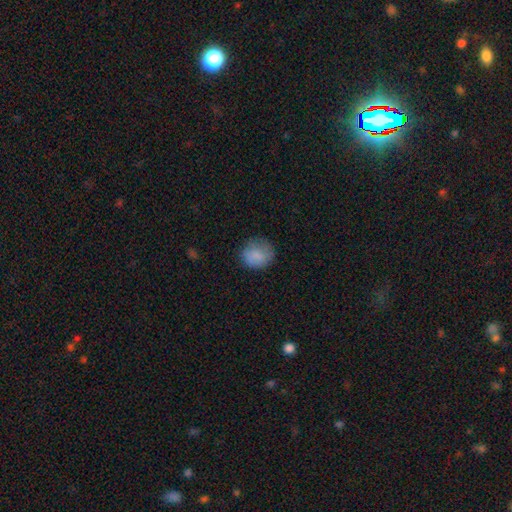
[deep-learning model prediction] A smooth galaxy with no disk features (83%) that is round (79%). Merging: none (71%).